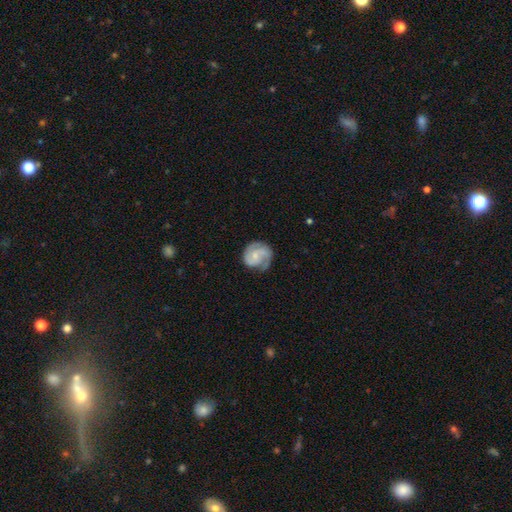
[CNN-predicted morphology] featured or disk 74%, smooth 20%, star or artifact 6%. Down the decision tree: edge-on disk — no (98%); bar — no (60%); spiral arms — yes (95%); spiral arm count — 2 (65%); spiral winding — medium (43%, tied with tight); bulge size — small (58%); merging — none (64%).